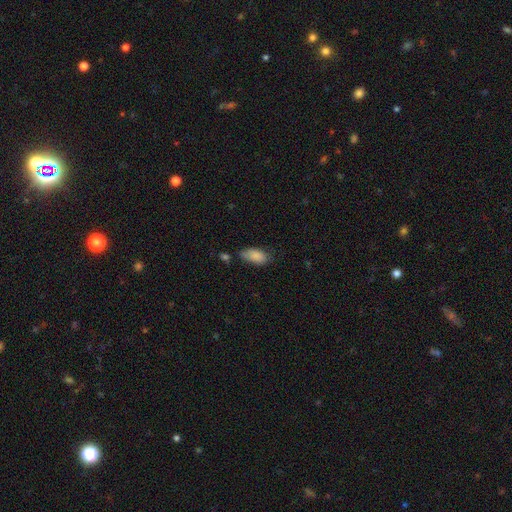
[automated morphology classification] smooth 86%, star or artifact 7%, featured or disk 7%. Down the decision tree: how rounded — in between (89%); merging — none (59%).